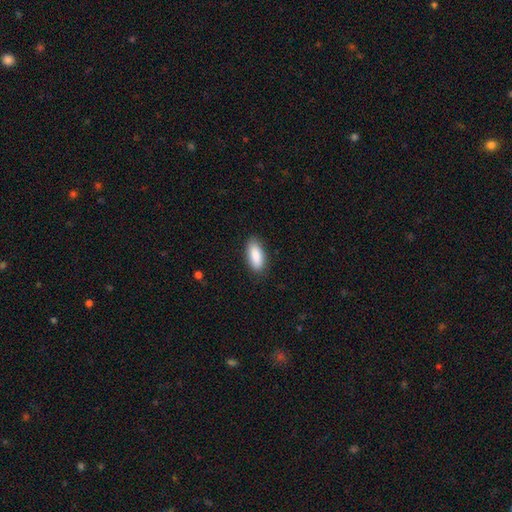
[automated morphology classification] This is clearly a smooth galaxy (89%). How rounded: clearly in between (85%). Merging: clearly none (86%).